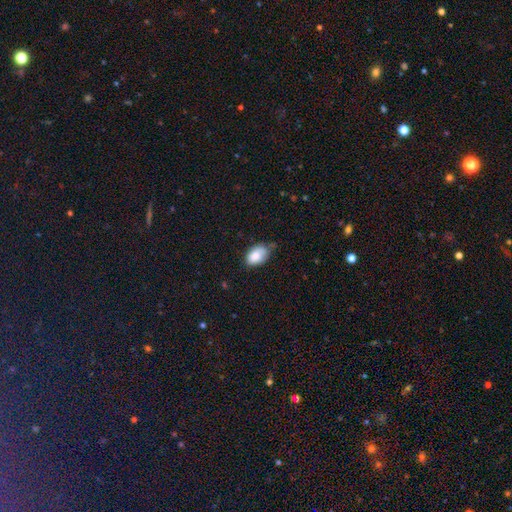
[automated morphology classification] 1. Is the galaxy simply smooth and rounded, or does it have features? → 83% smooth, 9% featured or disk, 7% star or artifact.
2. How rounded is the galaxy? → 90% in between, 8% round, 1% cigar-shaped.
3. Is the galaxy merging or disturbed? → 51% none, 38% minor disturbance, 7% major disturbance, 3% merger.